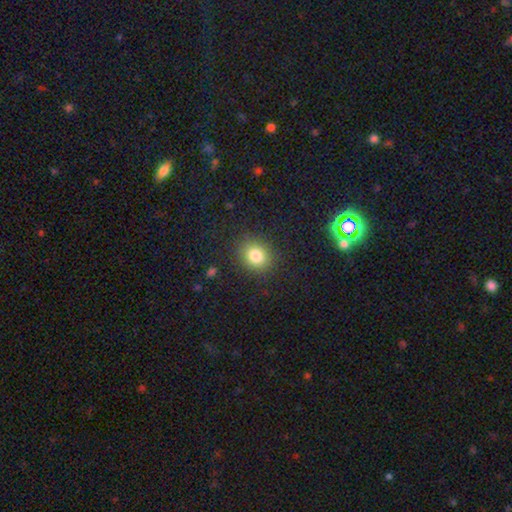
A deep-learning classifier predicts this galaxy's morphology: Overall: smooth (81%). How rounded: round (70%). Merging: none (87%).